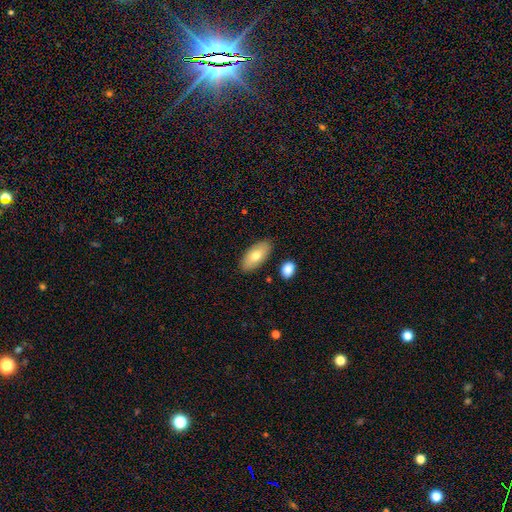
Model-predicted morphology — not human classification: Smooth or featured? Predicted: smooth (p=0.74). How rounded? Predicted: in between (p=0.92). Merging? Predicted: none (p=0.85).